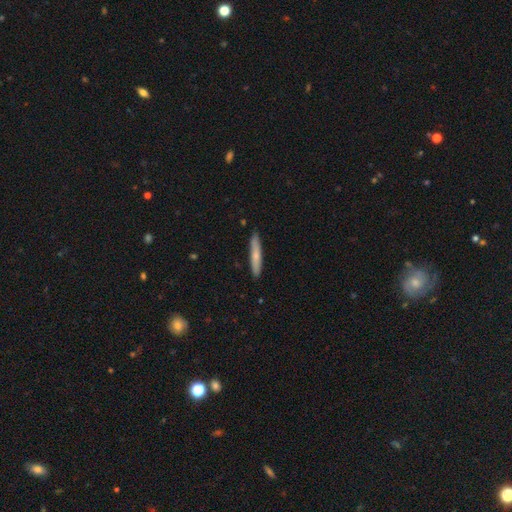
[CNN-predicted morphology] Overall: smooth (67%; featured or disk 28%). How rounded: cigar-shaped (93%). Merging: none (90%).